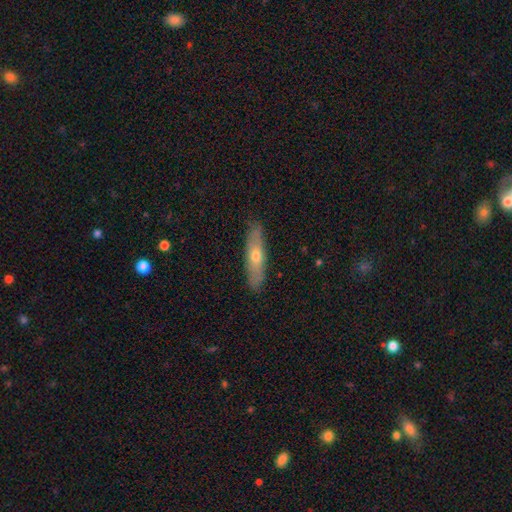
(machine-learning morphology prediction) The model was most divided on "smooth or featured": smooth: 49%, featured or disk: 44%, star or artifact: 6%. More confident: merging — none (88%).